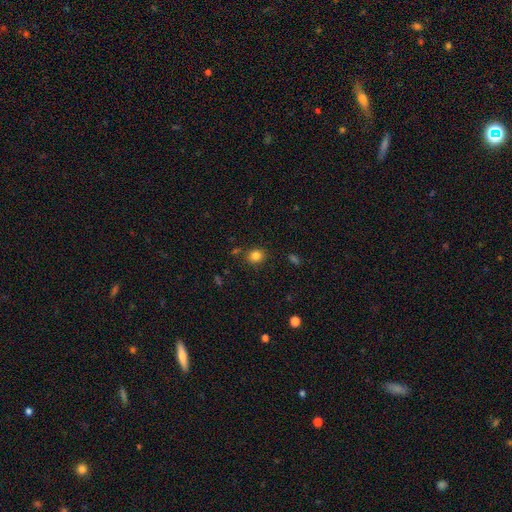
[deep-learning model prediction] Morphology: type=smooth (83%); roundness=round (71%); merging=none (83%).